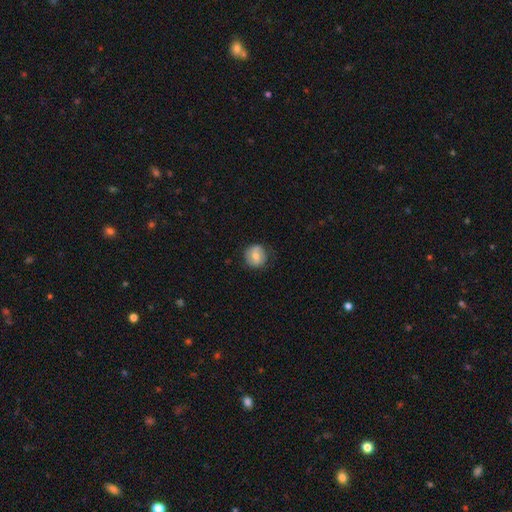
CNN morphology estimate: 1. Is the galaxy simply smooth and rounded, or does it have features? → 60% smooth, 32% featured or disk, 8% star or artifact.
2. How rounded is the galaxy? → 90% round, 9% in between, 1% cigar-shaped.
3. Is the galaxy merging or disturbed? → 80% none, 15% minor disturbance, 4% major disturbance, 1% merger.